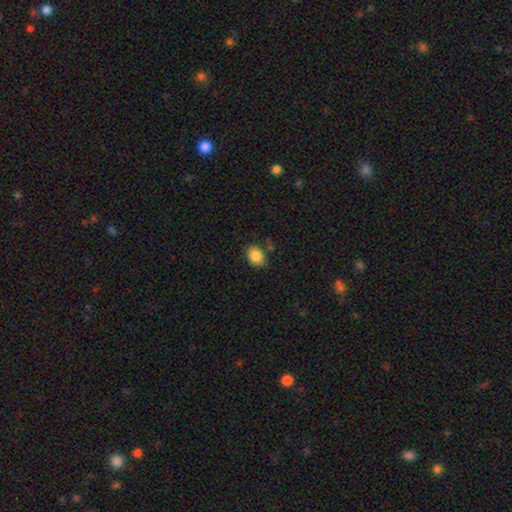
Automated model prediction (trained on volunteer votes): A smooth galaxy with no disk features (86%) that is in between round and cigar-shaped (70%). Merging: none (79%).